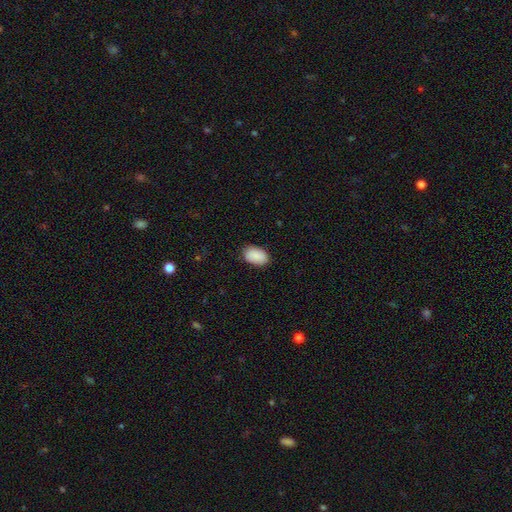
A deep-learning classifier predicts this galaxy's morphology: Smooth or featured? smooth (90%)
How rounded? in between (92%)
Merging? none (86%)